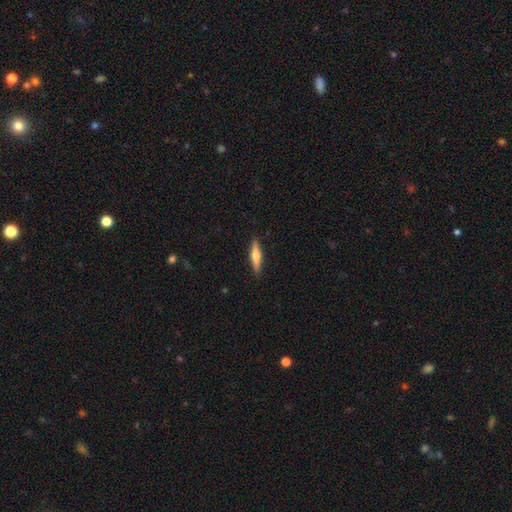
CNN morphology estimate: smooth-or-featured: smooth: 50% | featured or disk: 44% | star or artifact: 6%
  how-rounded: cigar-shaped: 80% | in between: 18% | round: 2%
  merging: none: 90% | minor disturbance: 7% | major disturbance: 2% | merger: 1%